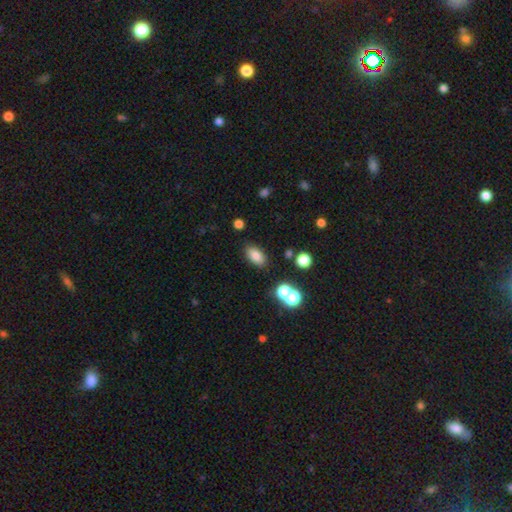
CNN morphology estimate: Smooth or featured? smooth (80%)
How rounded? in between (89%)
Merging? none (82%)